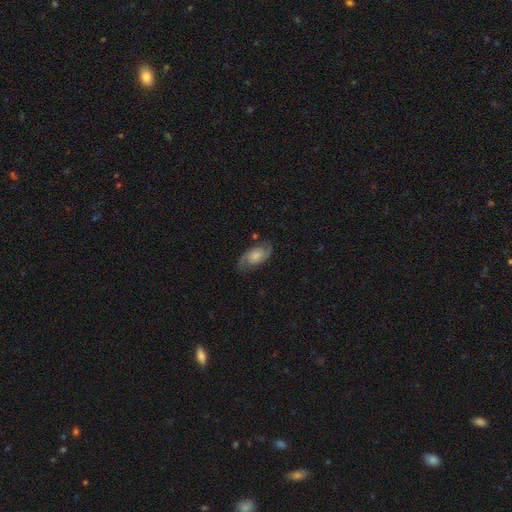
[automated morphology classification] This appears to be a featured or disk galaxy (75%) with no bar (66%), 2 (91%) medium (48%) spiral arms (95%) and a small central bulge (40%). Merging: none (76%).